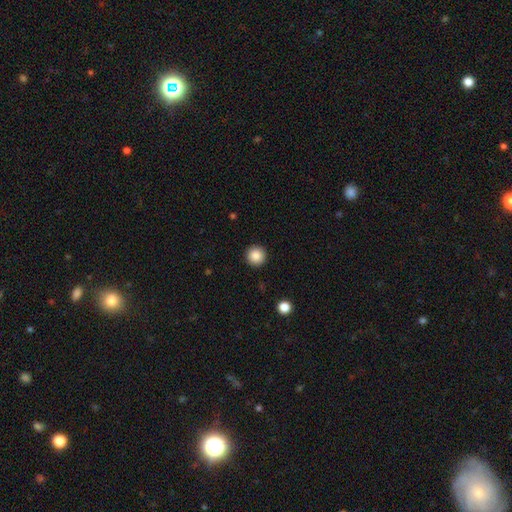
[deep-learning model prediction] Morphology: type=smooth (87%); roundness=round (96%); merging=none (93%).